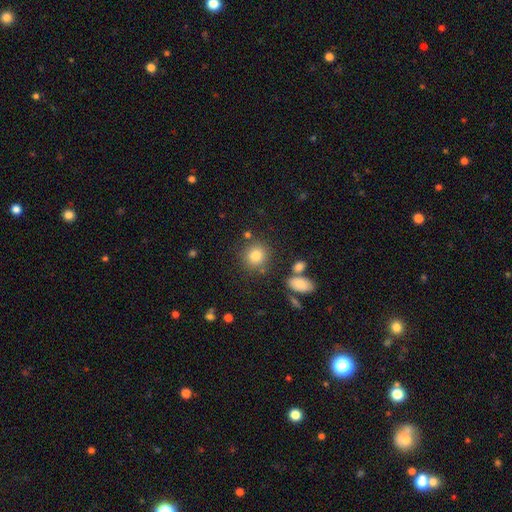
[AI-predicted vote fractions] A smooth galaxy with no disk features (81%) that is round (86%). Merging: none (80%).